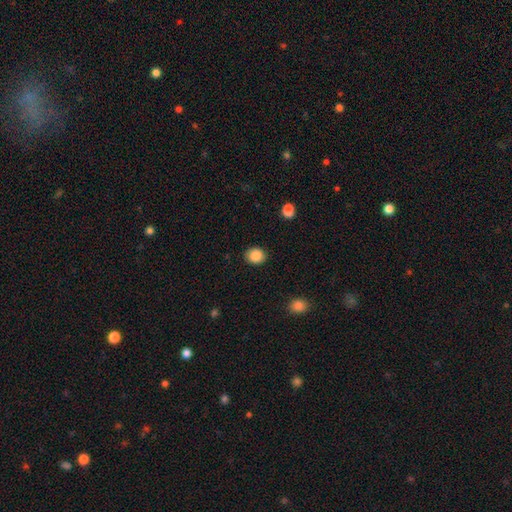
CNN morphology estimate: This appears to be a smooth galaxy with no disk features (87%) that is round (68%). Merging: none (88%).